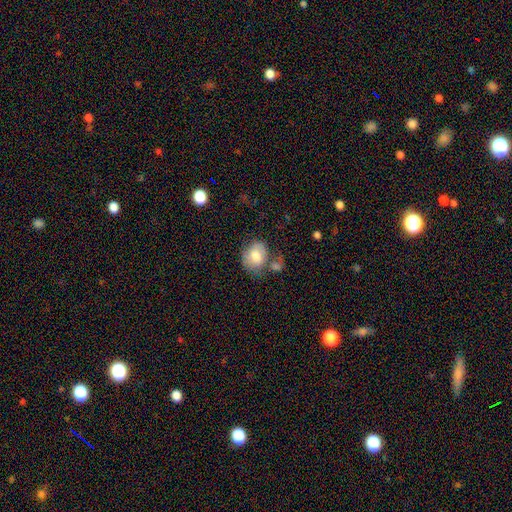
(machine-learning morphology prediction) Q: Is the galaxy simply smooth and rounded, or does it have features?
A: smooth — 72%.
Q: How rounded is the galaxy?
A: in between — 52%.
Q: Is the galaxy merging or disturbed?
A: none — 46%.